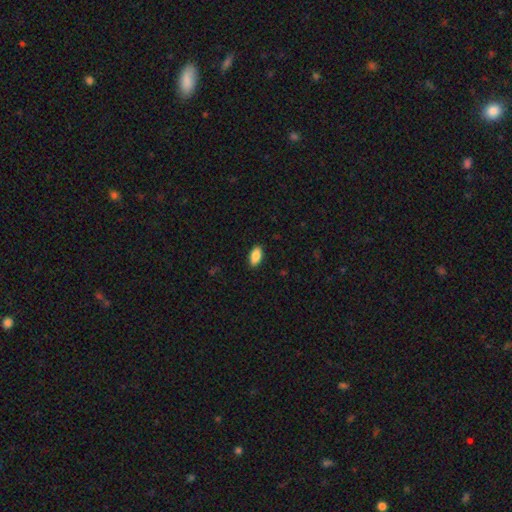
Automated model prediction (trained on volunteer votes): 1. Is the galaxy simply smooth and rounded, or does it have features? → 87% smooth, 7% star or artifact, 6% featured or disk.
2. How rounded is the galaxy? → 91% in between, 6% cigar-shaped, 3% round.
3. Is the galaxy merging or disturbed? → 89% none, 9% minor disturbance, 2% major disturbance, 1% merger.